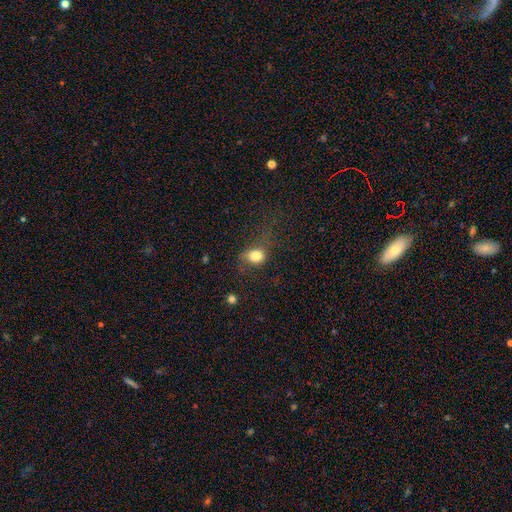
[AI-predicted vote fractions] smooth-or-featured: smooth: 79% | star or artifact: 11% | featured or disk: 10%
  how-rounded: in between: 55% | round: 43% | cigar-shaped: 2%
  merging: none: 44% | major disturbance: 27% | minor disturbance: 26% | merger: 3%